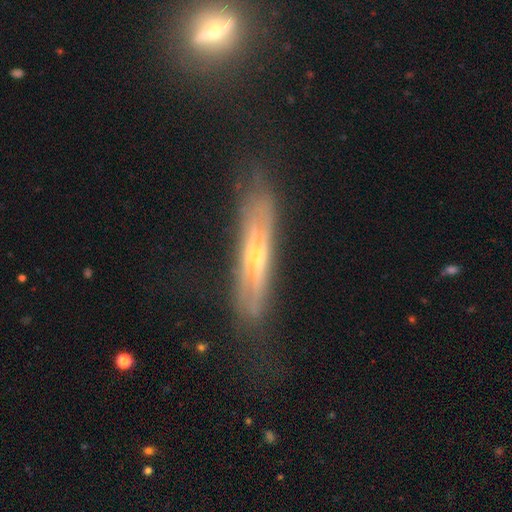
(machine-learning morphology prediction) This is likely a featured or disk galaxy (72%). It is likely viewed edge-on (75%). Edge-on bulge: likely rounded (76%). Merging: likely none (69%).